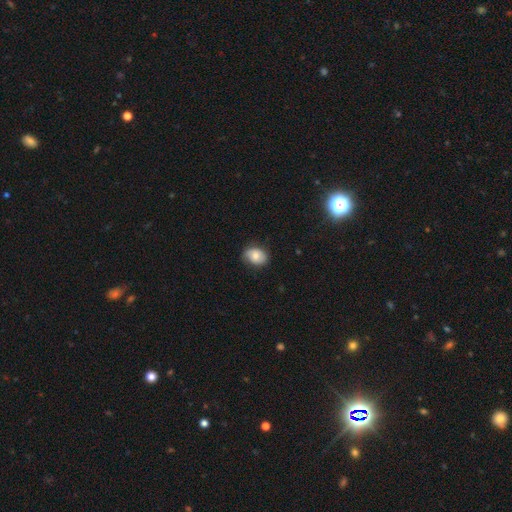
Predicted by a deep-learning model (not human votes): The model was most divided on "how rounded": in between: 60%, round: 39%, cigar-shaped: 1%. More confident: merging — none (74%); smooth or featured — smooth (70%).